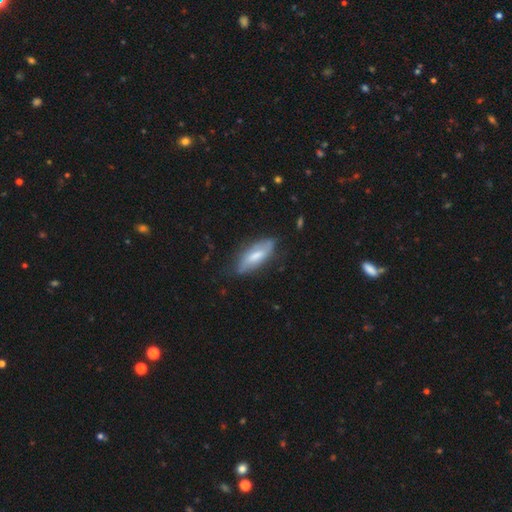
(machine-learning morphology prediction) Overall: smooth (58%; featured or disk 36%). How rounded: in between (67%; cigar-shaped 32%). Merging: none (67%).